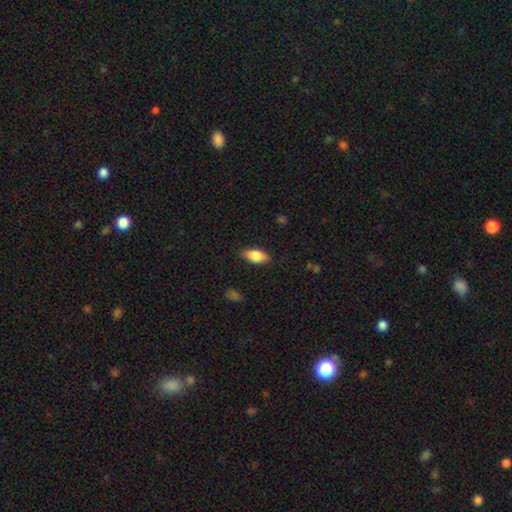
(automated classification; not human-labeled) Overall: smooth (81%). How rounded: in between (89%). Merging: none (86%).